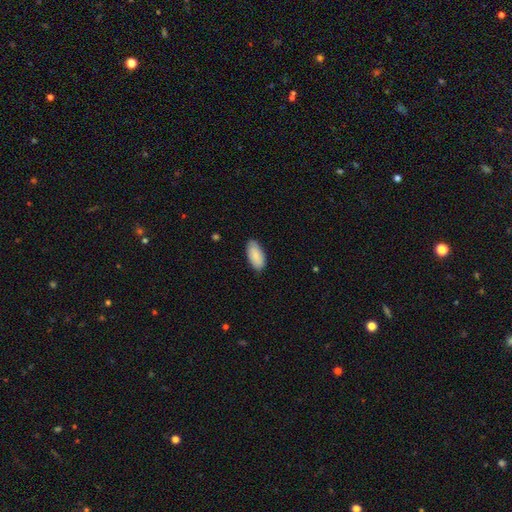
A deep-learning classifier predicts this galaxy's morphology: type=smooth (86%); roundness=in between (93%); merging=none (83%).